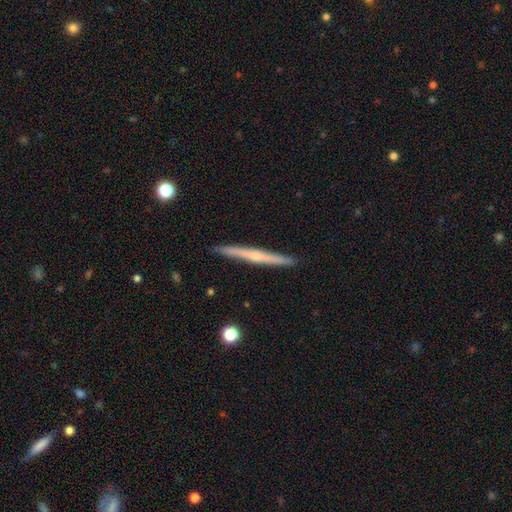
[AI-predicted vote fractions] Overall: featured or disk (67%; smooth 28%). Edge-on disk: yes (98%). Edge-on bulge: rounded (59%; none 36%). Merging: none (92%).